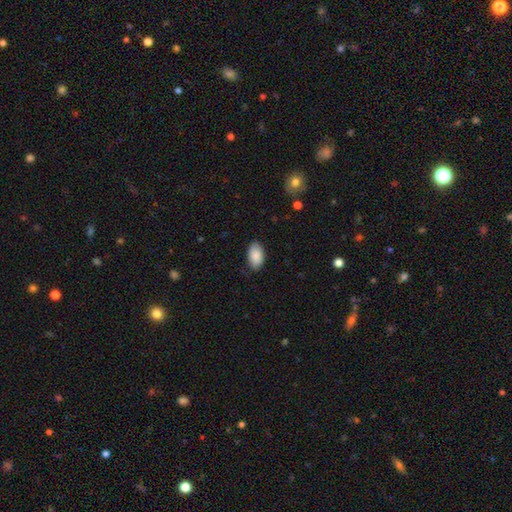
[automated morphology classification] Smooth or featured: smooth — 89% (star or artifact — 6%)
How rounded: in between — 95% (round — 4%)
Merging: none — 82% (minor disturbance — 14%)